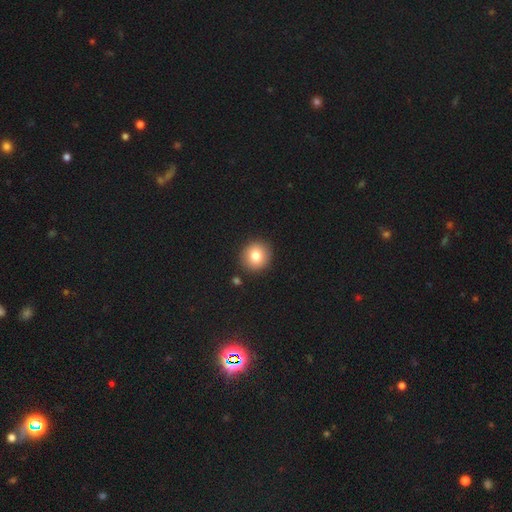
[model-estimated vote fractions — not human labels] smooth-or-featured: smooth: 81% | star or artifact: 10% | featured or disk: 9%
  how-rounded: round: 88% | in between: 11% | cigar-shaped: 1%
  merging: none: 89% | minor disturbance: 7% | merger: 3% | major disturbance: 2%